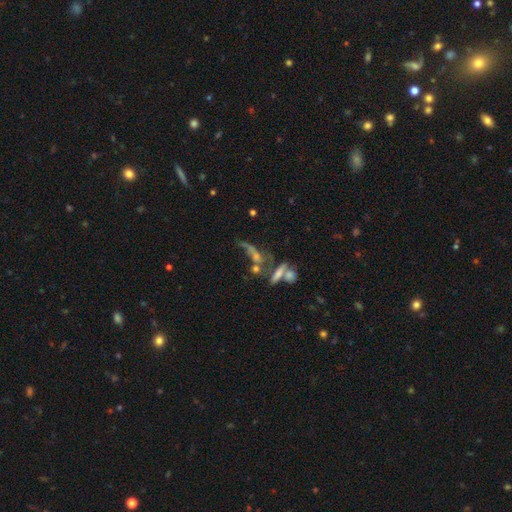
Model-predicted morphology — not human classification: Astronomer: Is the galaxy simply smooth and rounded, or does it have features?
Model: featured or disk — 48% (runner-up: star or artifact, 27%).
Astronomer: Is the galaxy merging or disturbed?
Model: merger — 41% (runner-up: none, 27%).